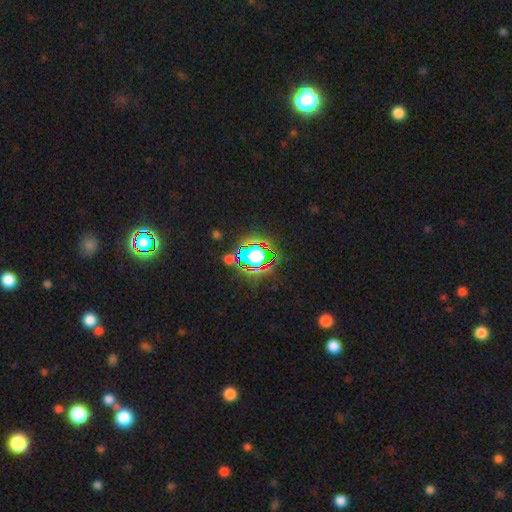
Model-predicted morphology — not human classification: The model was most divided on "smooth or featured": star or artifact: 67%, smooth: 19%, featured or disk: 14%.